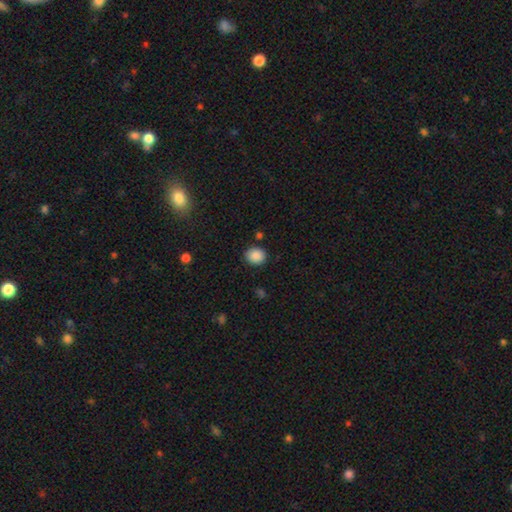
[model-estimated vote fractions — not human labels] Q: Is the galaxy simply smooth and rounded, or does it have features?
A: smooth — 88%.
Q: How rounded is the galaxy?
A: round — 69%.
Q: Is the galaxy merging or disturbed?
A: none — 86%.